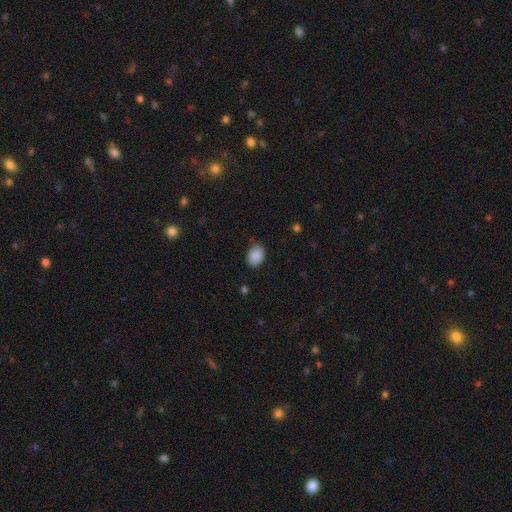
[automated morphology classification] A smooth galaxy with no disk features (88%) that is in between round and cigar-shaped (69%). Merging: none (76%).